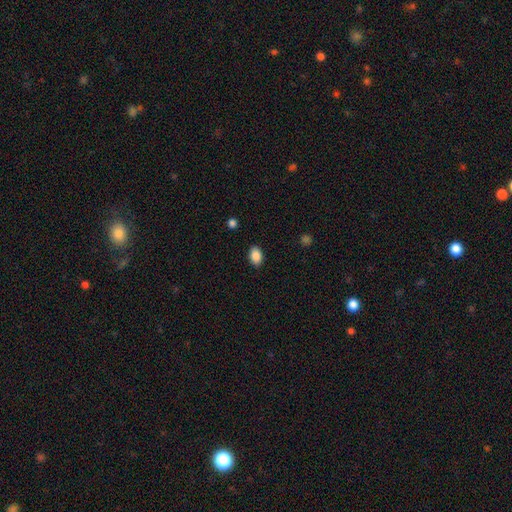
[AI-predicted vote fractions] Smooth or featured: smooth — 88% (star or artifact — 8%)
How rounded: in between — 85% (round — 14%)
Merging: none — 88% (minor disturbance — 9%)